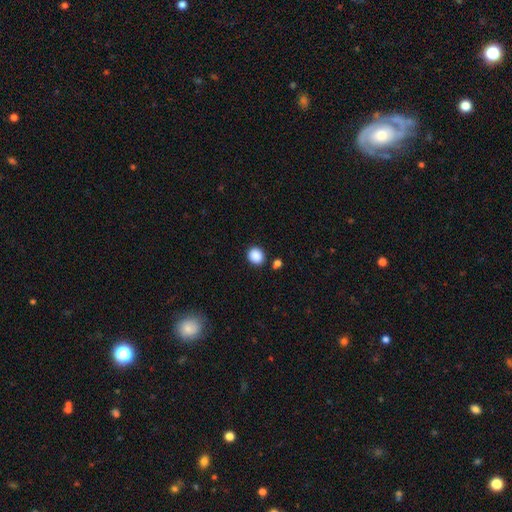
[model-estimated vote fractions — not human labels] smooth_or_featured: smooth (p=0.88) [alt: star or artifact p=0.09]
how_rounded: round (p=0.70) [alt: in between p=0.29]
merging: none (p=0.86) [alt: minor disturbance p=0.08]